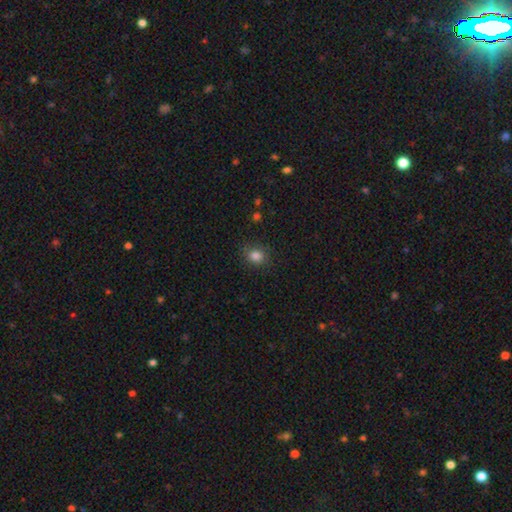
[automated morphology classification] A smooth galaxy with no disk features (84%) that is round (69%). Merging: none (84%).